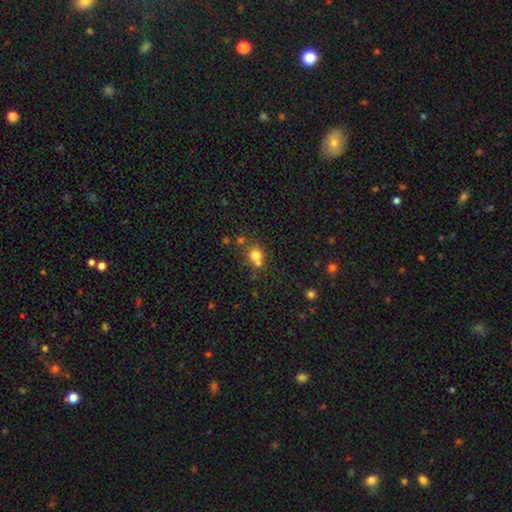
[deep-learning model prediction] A smooth galaxy with no disk features (73%) that is round (82%). Merging: none (49%).